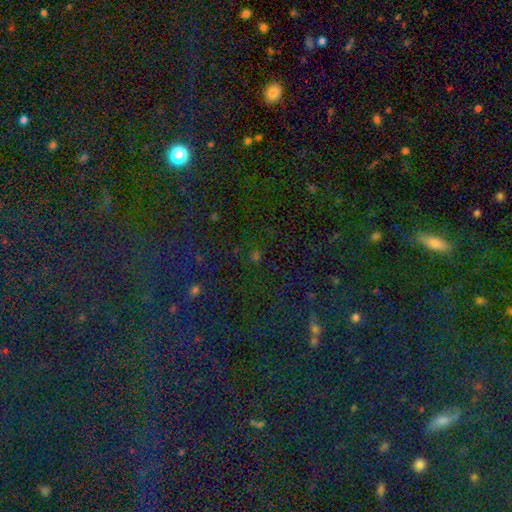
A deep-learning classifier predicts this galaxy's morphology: Smooth or featured: star or artifact — 69% (smooth — 24%)